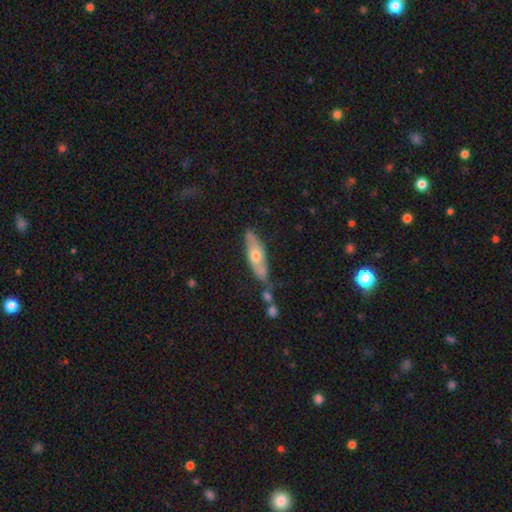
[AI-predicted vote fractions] A featured or disk galaxy (50%).

Vote fractions:
- Smooth or featured? featured or disk: 50% / smooth: 43% / star or artifact: 7%
- Edge-on disk? no: 51% / yes: 49%
- Merging? none: 60% / minor disturbance: 22% / merger: 11% / major disturbance: 7%